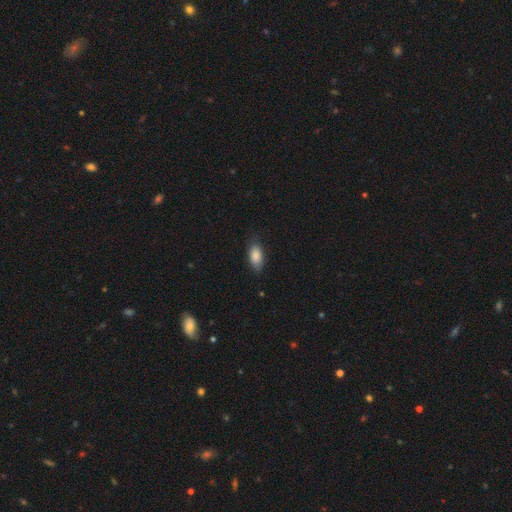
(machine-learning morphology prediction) smooth-or-featured: smooth: 86% | featured or disk: 7% | star or artifact: 7%
  how-rounded: in between: 90% | cigar-shaped: 7% | round: 3%
  merging: none: 77% | minor disturbance: 18% | major disturbance: 4% | merger: 1%